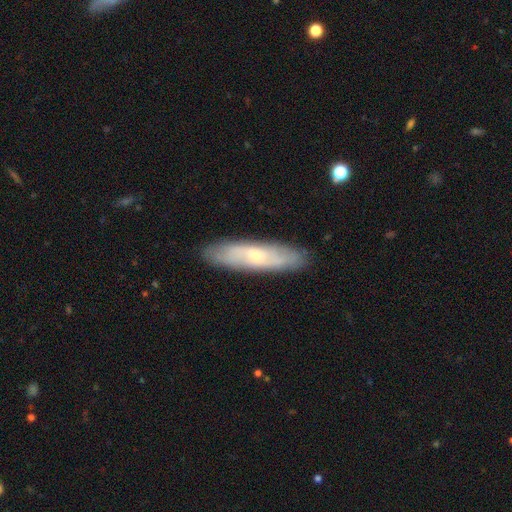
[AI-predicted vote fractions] Morphology: type=featured or disk (52%); edge-on=no (63%); merging=none (86%).